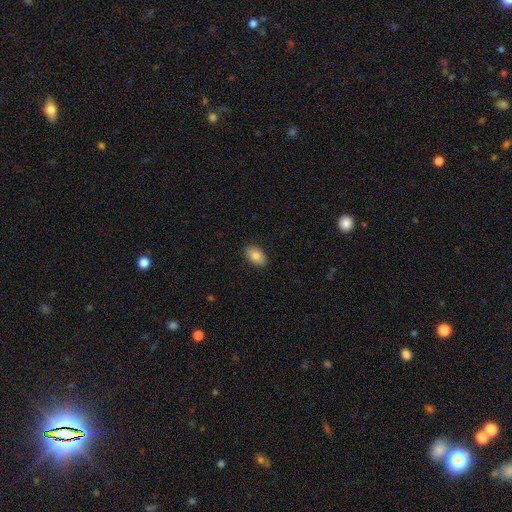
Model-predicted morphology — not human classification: type=smooth (82%); roundness=in between (92%); merging=none (89%).